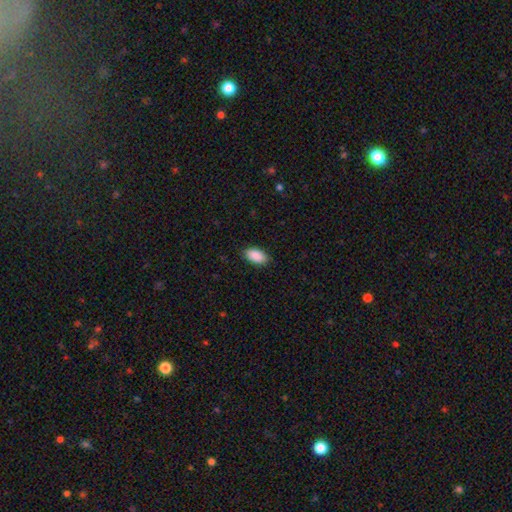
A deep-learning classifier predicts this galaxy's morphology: type=smooth (91%); roundness=in between (95%); merging=none (88%).